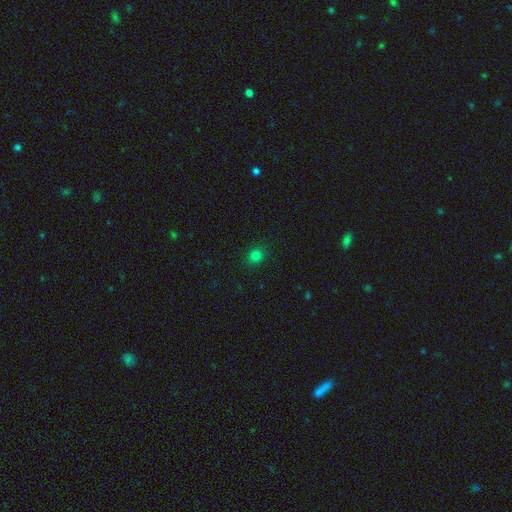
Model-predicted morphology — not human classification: Q: Smooth or featured?
A: smooth (79%); runner-up: star or artifact (16%)
Q: How rounded?
A: round (82%); runner-up: in between (17%)
Q: Merging?
A: none (90%); runner-up: minor disturbance (7%)